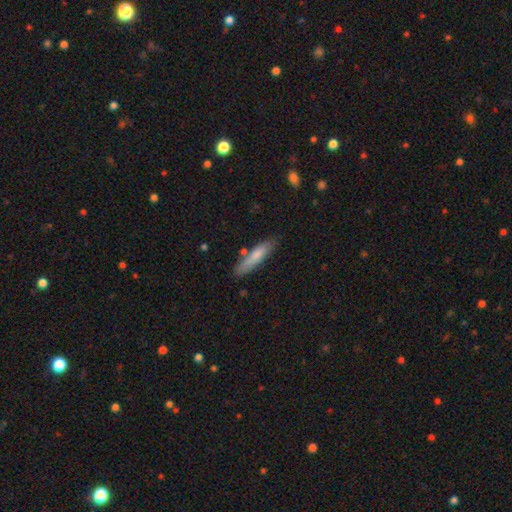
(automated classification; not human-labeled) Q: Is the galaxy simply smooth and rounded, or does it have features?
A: smooth — 73%.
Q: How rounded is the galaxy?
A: cigar-shaped — 83%.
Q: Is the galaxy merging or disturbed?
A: none — 77%.